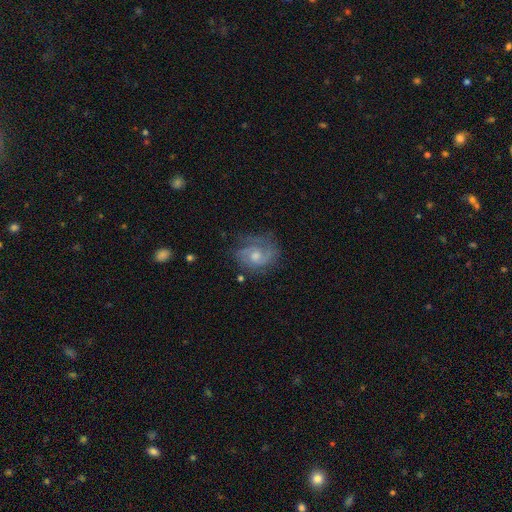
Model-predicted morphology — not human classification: A featured or disk galaxy (73%) with no bar (67%), 2 (52%) medium (44%) spiral arms (90%) and a moderate central bulge (60%). Merging: none (64%).